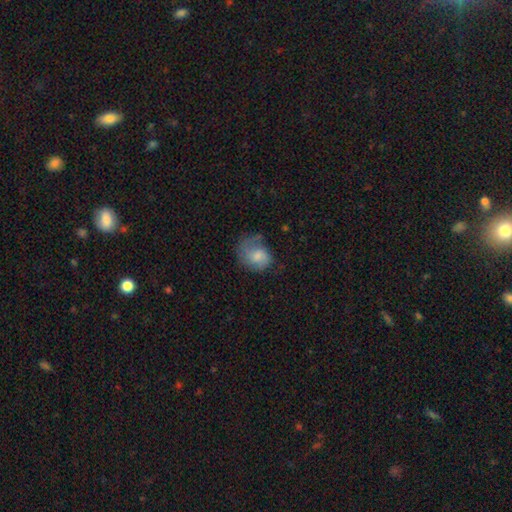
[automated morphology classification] Smooth or featured?
  - smooth: 50% *
  - featured or disk: 42%
  - star or artifact: 8%
Merging?
  - none: 47% *
  - minor disturbance: 28%
  - major disturbance: 23%
  - merger: 2%